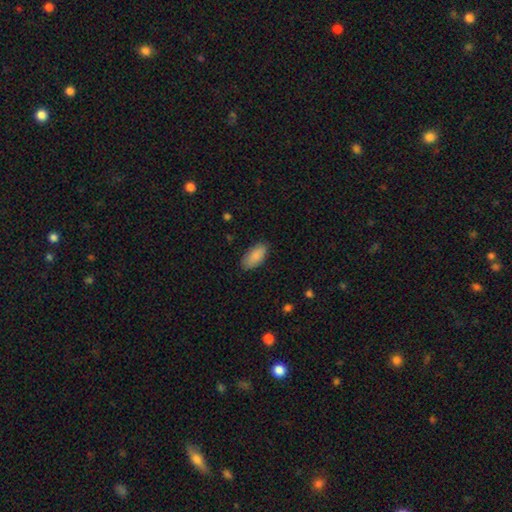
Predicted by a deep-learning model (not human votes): A smooth galaxy with no disk features (89%) that is in between round and cigar-shaped (92%). Merging: none (83%).